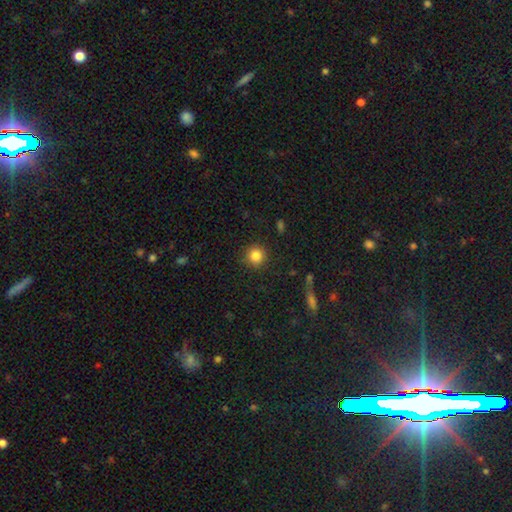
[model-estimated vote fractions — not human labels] Smooth or featured?
  - smooth: 84% *
  - star or artifact: 11%
  - featured or disk: 5%
How rounded?
  - round: 93% *
  - in between: 6%
  - cigar-shaped: 1%
Merging?
  - none: 89% *
  - minor disturbance: 7%
  - major disturbance: 3%
  - merger: 1%